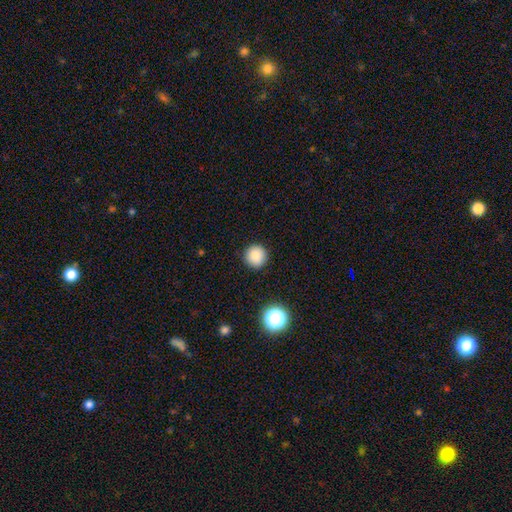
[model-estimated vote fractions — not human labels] Smooth or featured: smooth — 85% (star or artifact — 11%)
How rounded: round — 95% (in between — 4%)
Merging: none — 92% (minor disturbance — 5%)